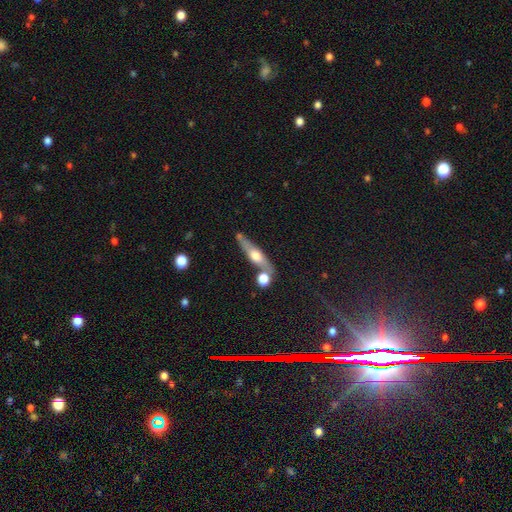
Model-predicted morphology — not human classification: featured or disk 56%, smooth 37%, star or artifact 7%. Down the decision tree: edge-on disk — yes (88%); merging — none (69%).